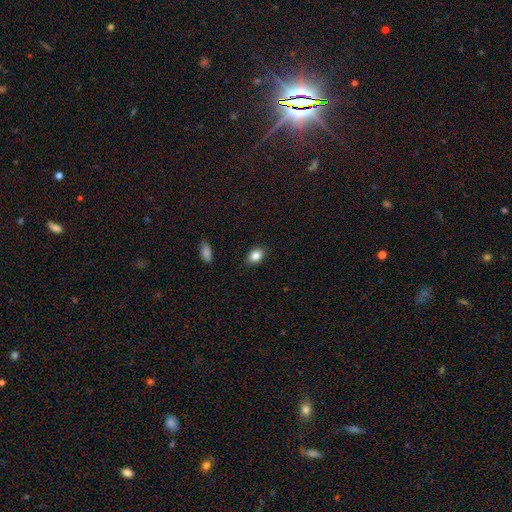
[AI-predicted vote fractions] Q: Smooth or featured?
A: smooth (85%); runner-up: star or artifact (9%)
Q: How rounded?
A: in between (78%); runner-up: round (21%)
Q: Merging?
A: none (88%); runner-up: minor disturbance (9%)